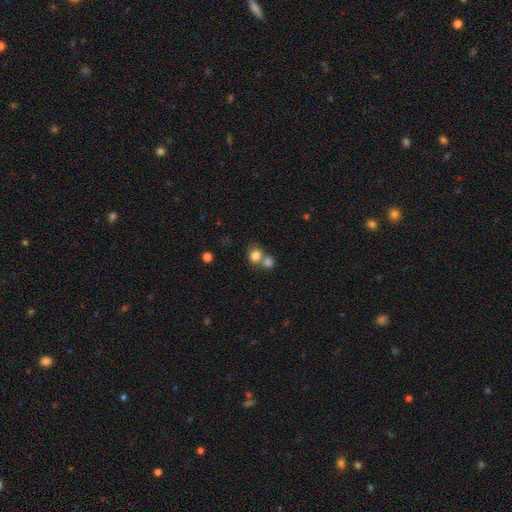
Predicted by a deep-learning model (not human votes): Q: Smooth or featured?
A: smooth (81%); runner-up: star or artifact (10%)
Q: How rounded?
A: round (73%); runner-up: in between (26%)
Q: Merging?
A: merger (48%); runner-up: none (40%)